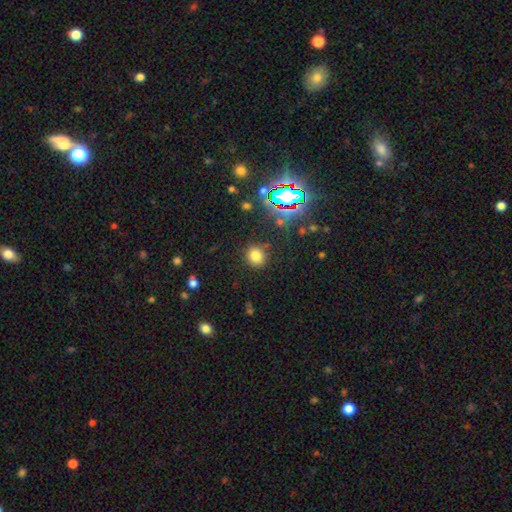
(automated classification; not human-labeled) Morphology: type=smooth (75%); roundness=round (80%); merging=none (85%).